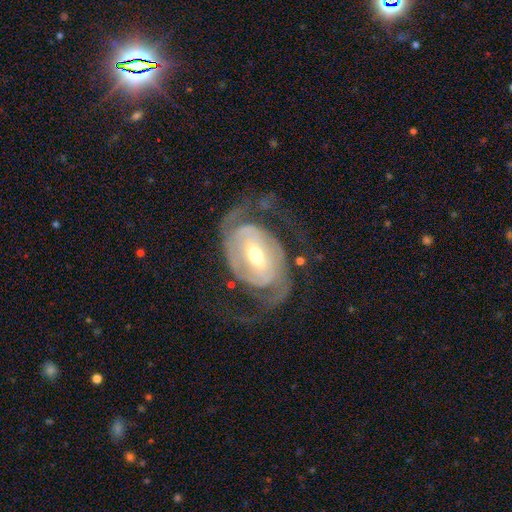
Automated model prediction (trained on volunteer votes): Smooth or featured? Predicted: featured or disk (p=0.90). Edge-on disk? Predicted: no (p=0.97). Bar? Predicted: weak (p=0.41). Spiral arms? Predicted: yes (p=0.96). Spiral winding? Predicted: medium (p=0.44). Spiral arm count? Predicted: 2 (p=0.85). Bulge size? Predicted: moderate (p=0.58). Merging? Predicted: none (p=0.66).